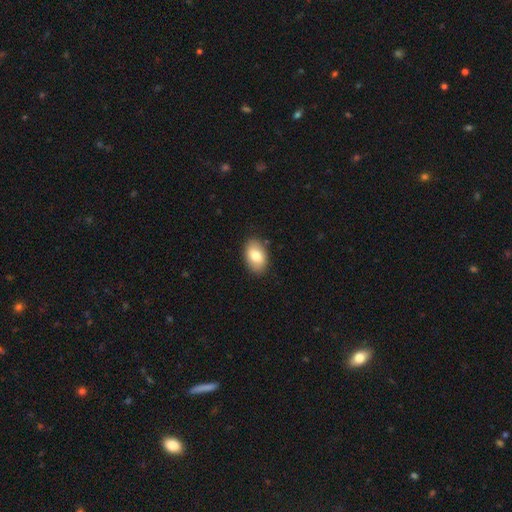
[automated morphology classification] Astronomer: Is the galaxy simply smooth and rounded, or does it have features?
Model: smooth — 80%.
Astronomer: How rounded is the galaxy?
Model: in between — 90%.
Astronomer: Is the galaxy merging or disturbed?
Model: none — 87%.